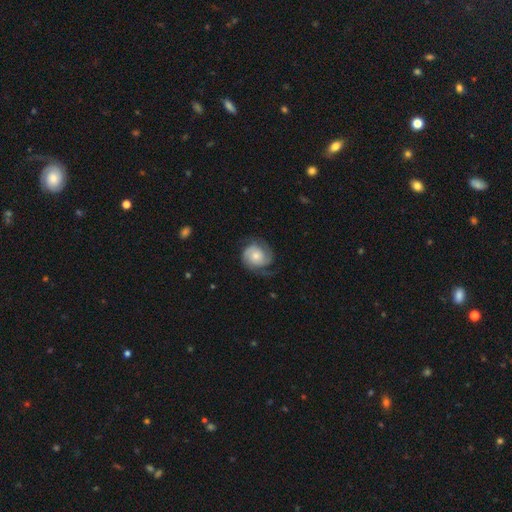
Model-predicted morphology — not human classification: A featured or disk galaxy (71%) with no bar (77%), 2 (61%) tight (48%) spiral arms (93%) and a small central bulge (49%).

Vote fractions:
- Smooth or featured? featured or disk: 71% / smooth: 23% / star or artifact: 6%
- Edge-on disk? no: 98% / yes: 2%
- Bar? no: 77% / weak: 19% / strong: 4%
- Spiral arms? yes: 93% / no: 7%
- Spiral winding? tight: 48% / medium: 36% / loose: 16%
- Spiral arm count? 2: 61% / can't tell: 14% / 3: 12% / 1: 8% / 4: 3% / more than 4: 2%
- Bulge size? small: 49% / moderate: 41% / large: 5% / none: 3% / dominant: 2%
- Merging? none: 64% / minor disturbance: 21% / major disturbance: 14% / merger: 1%